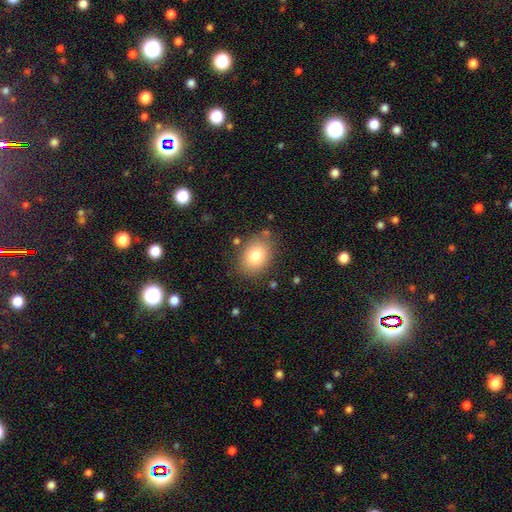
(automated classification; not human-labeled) This appears to be a smooth galaxy with no disk features (79%) that is in between round and cigar-shaped (65%). Merging: none (80%).